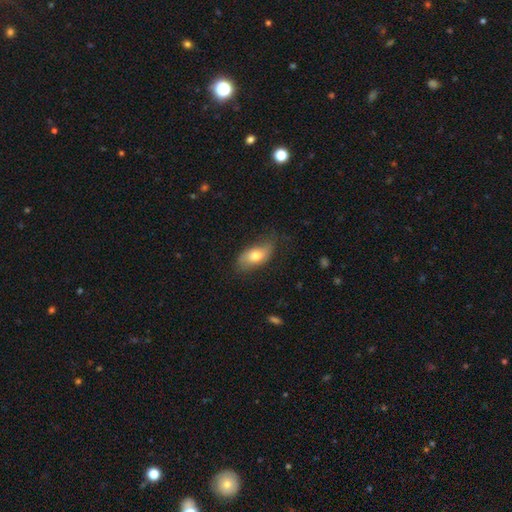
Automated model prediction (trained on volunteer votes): Q: Smooth or featured?
A: smooth (69%); runner-up: featured or disk (24%)
Q: How rounded?
A: in between (88%); runner-up: cigar-shaped (8%)
Q: Merging?
A: none (67%); runner-up: minor disturbance (25%)